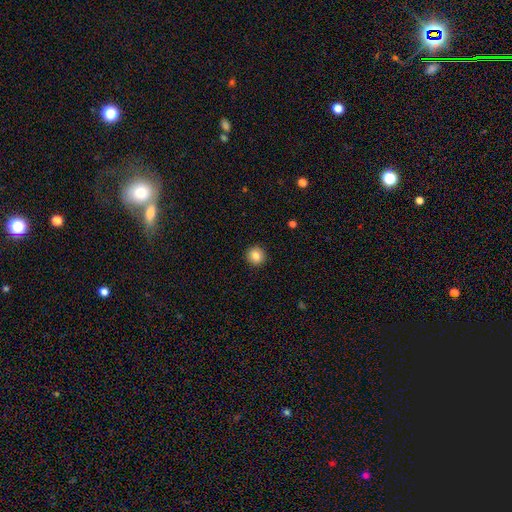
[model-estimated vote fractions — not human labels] smooth-or-featured: smooth: 85% | star or artifact: 10% | featured or disk: 6%
  how-rounded: round: 94% | in between: 5% | cigar-shaped: 1%
  merging: none: 92% | minor disturbance: 5% | major disturbance: 2% | merger: 1%